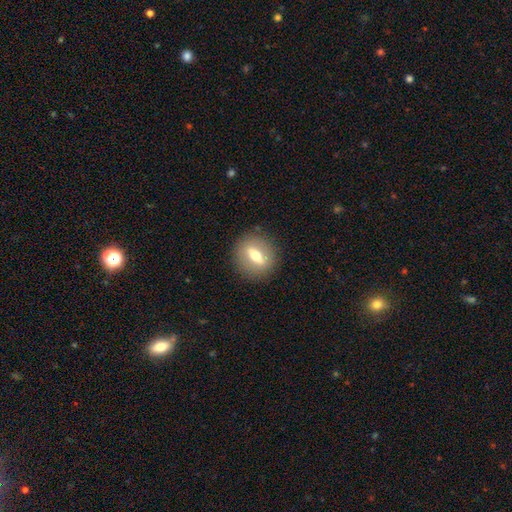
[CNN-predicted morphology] type=smooth (48%); merging=none (87%).